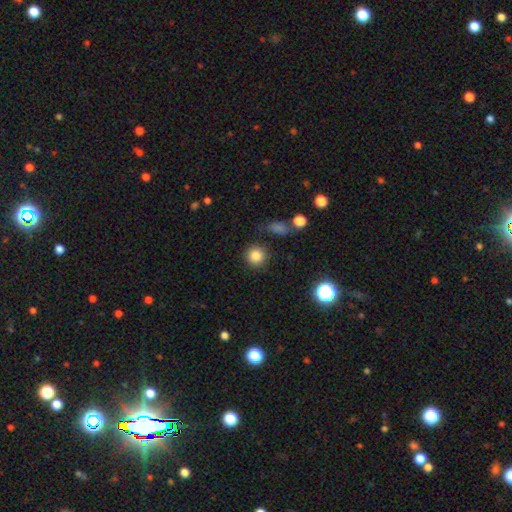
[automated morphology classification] The model was most divided on "smooth or featured": smooth: 84%, star or artifact: 11%, featured or disk: 5%. More confident: how rounded — round (92%); merging — none (83%).